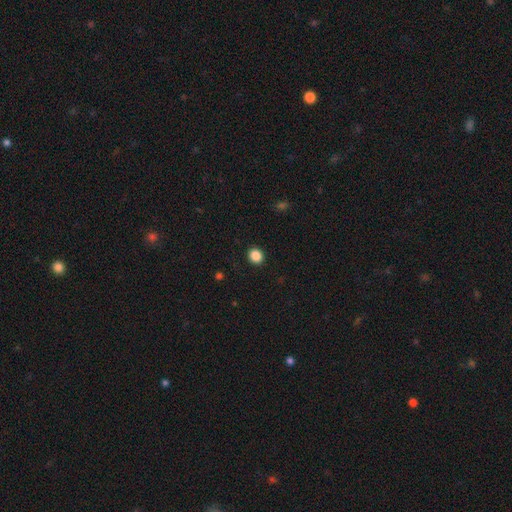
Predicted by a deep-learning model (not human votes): smooth_or_featured: smooth (p=0.87) [alt: star or artifact p=0.10]
how_rounded: round (p=0.82) [alt: in between p=0.18]
merging: none (p=0.92) [alt: minor disturbance p=0.05]